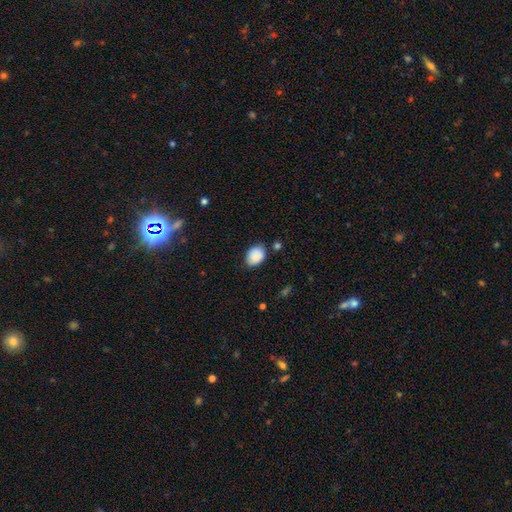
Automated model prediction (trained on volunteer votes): Smooth or featured?
  - smooth: 87% *
  - star or artifact: 7%
  - featured or disk: 5%
How rounded?
  - in between: 76% *
  - round: 23%
  - cigar-shaped: 1%
Merging?
  - none: 74% *
  - minor disturbance: 19%
  - merger: 4%
  - major disturbance: 3%